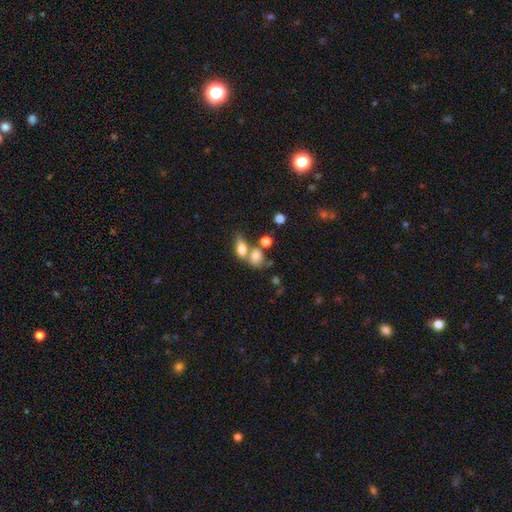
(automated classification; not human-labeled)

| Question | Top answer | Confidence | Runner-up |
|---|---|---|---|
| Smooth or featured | smooth | 77% | featured or disk (13%) |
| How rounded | in between | 65% | round (32%) |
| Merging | merger | 48% | none (35%) |